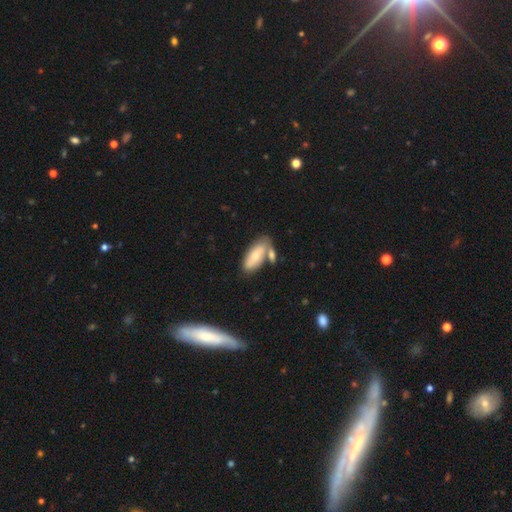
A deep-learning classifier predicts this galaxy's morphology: This is likely a smooth galaxy (70%). How rounded: clearly in between (85%). Merging: possibly none (47%).